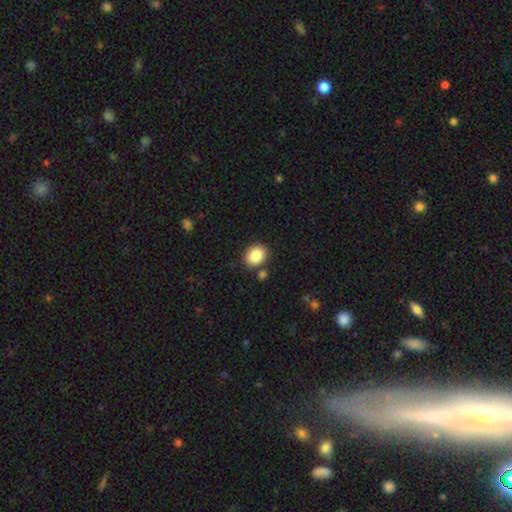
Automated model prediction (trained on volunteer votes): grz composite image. It shows a smooth galaxy with no disk features (86%) that is round (51%). Merging: none (82%).